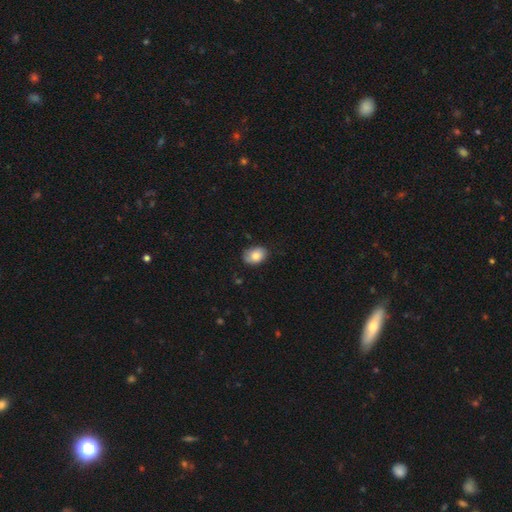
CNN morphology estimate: A smooth galaxy with no disk features (82%) that is in between round and cigar-shaped (79%).

Vote fractions:
- Smooth or featured? smooth: 82% / featured or disk: 11% / star or artifact: 7%
- How rounded? in between: 79% / round: 20% / cigar-shaped: 1%
- Merging? none: 76% / minor disturbance: 20% / major disturbance: 3% / merger: 1%